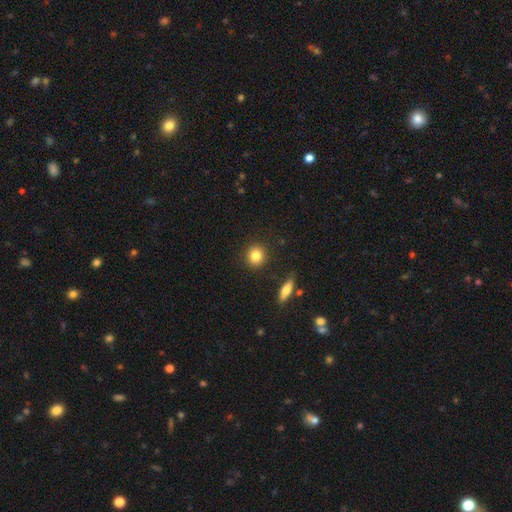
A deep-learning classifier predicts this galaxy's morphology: The model was most divided on "smooth or featured": smooth: 83%, star or artifact: 10%, featured or disk: 8%. More confident: merging — none (90%); how rounded — round (88%).